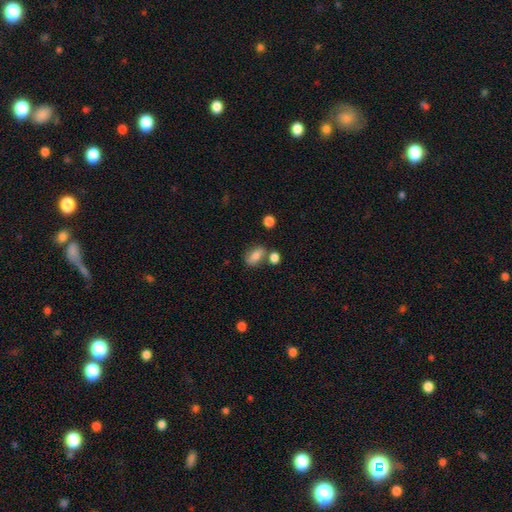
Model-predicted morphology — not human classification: Q: Smooth or featured?
A: smooth (77%); runner-up: featured or disk (13%)
Q: How rounded?
A: in between (82%); runner-up: round (14%)
Q: Merging?
A: none (58%); runner-up: merger (20%)